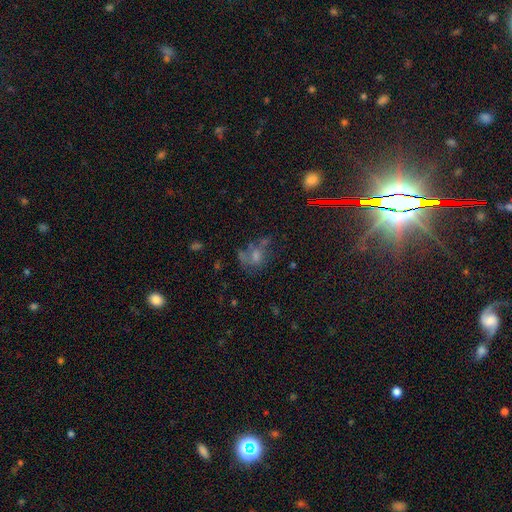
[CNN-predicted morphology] This appears to be a smooth galaxy with no disk features (45%). Merging: none (33%).